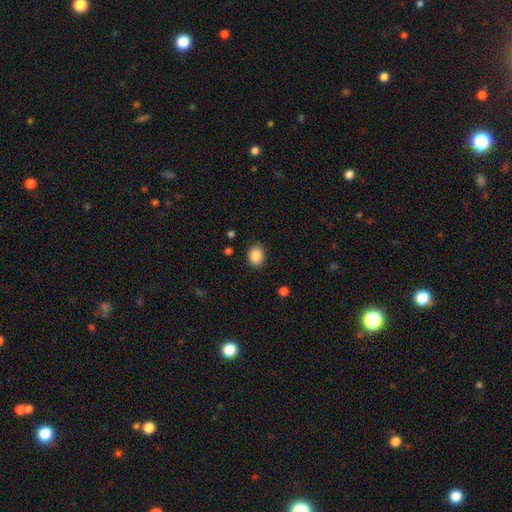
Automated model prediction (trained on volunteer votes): A smooth galaxy with no disk features (87%) that is in between round and cigar-shaped (54%).

Vote fractions:
- Smooth or featured? smooth: 87% / star or artifact: 9% / featured or disk: 5%
- How rounded? in between: 54% / round: 45% / cigar-shaped: 1%
- Merging? none: 87% / minor disturbance: 10% / major disturbance: 2% / merger: 1%